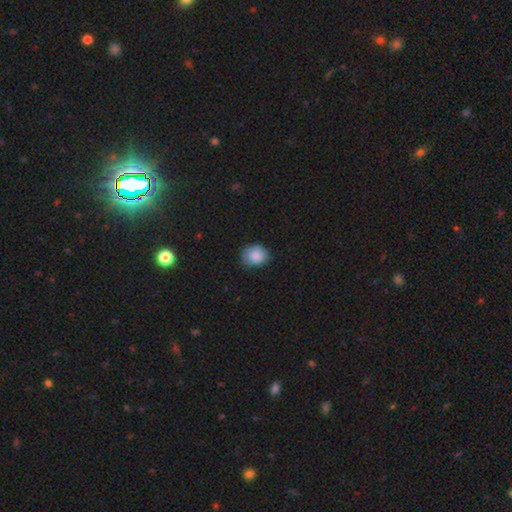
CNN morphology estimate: Smooth or featured? Predicted: smooth (p=0.86). How rounded? Predicted: round (p=0.63). Merging? Predicted: none (p=0.67).